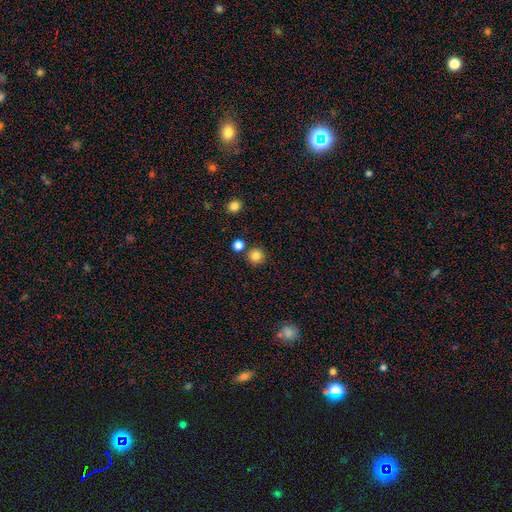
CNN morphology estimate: Smooth or featured?
  - smooth: 83% *
  - star or artifact: 12%
  - featured or disk: 5%
How rounded?
  - round: 93% *
  - in between: 6%
  - cigar-shaped: 1%
Merging?
  - none: 82% *
  - merger: 8%
  - minor disturbance: 7%
  - major disturbance: 2%